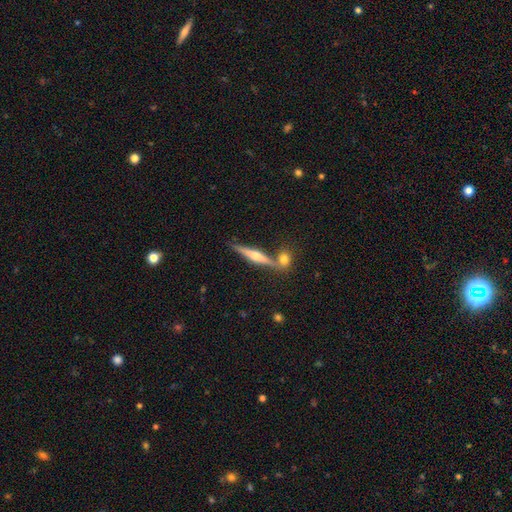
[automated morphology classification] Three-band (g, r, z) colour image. It shows a featured or disk galaxy (71%) viewed edge-on (97%) with a rounded central bulge (86%). Merging: none (75%).